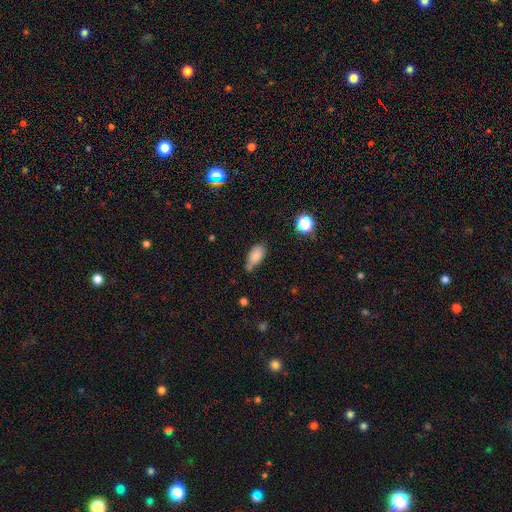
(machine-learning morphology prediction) smooth_or_featured: smooth (p=0.82) [alt: star or artifact p=0.10]
how_rounded: in between (p=0.89) [alt: cigar-shaped p=0.06]
merging: none (p=0.48) [alt: minor disturbance p=0.31]